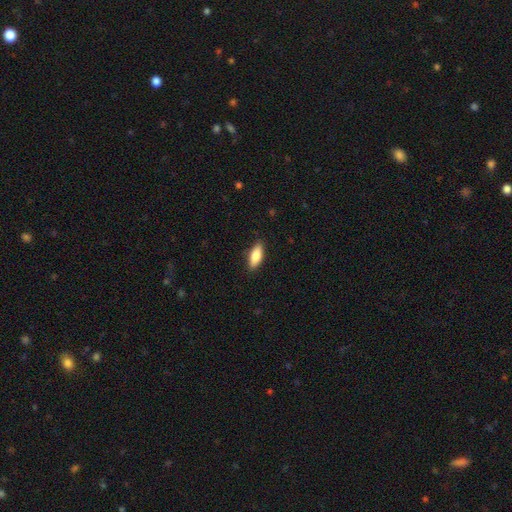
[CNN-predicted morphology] Overall: smooth (83%). How rounded: in between (75%). Merging: none (87%).